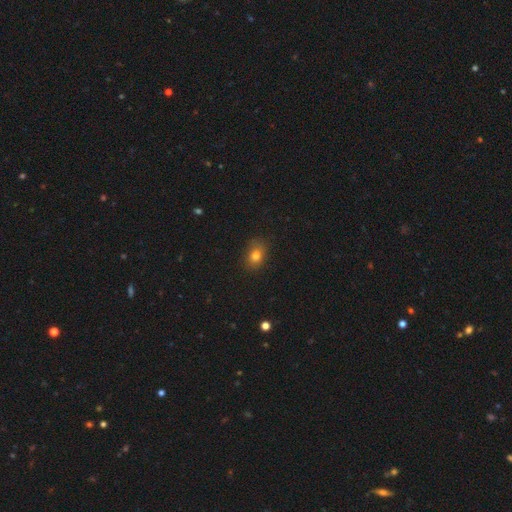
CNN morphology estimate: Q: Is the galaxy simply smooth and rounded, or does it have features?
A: smooth — 79%.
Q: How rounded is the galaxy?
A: in between — 64%.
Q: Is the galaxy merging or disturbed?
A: none — 80%.